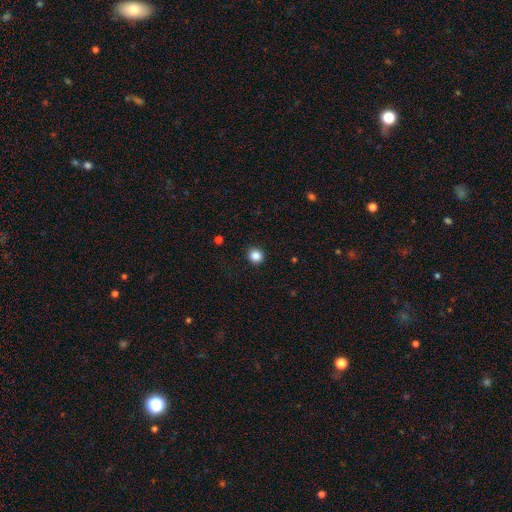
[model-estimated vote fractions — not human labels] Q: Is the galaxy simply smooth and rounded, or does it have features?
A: smooth — 85%.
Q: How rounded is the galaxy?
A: round — 90%.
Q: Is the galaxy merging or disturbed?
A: none — 92%.